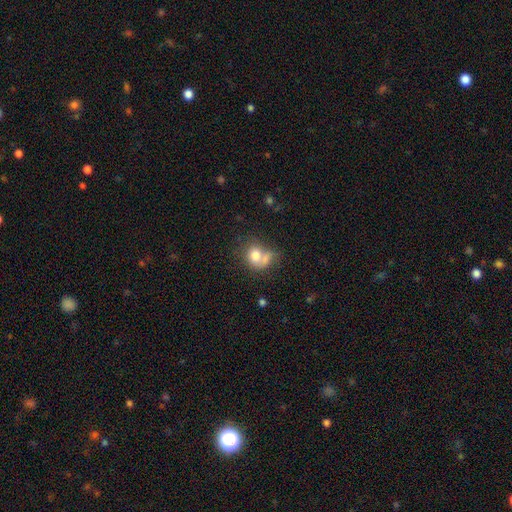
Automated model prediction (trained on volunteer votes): Overall: smooth (75%). How rounded: round (61%; in between 38%). Merging: merger (49%; none 29%).